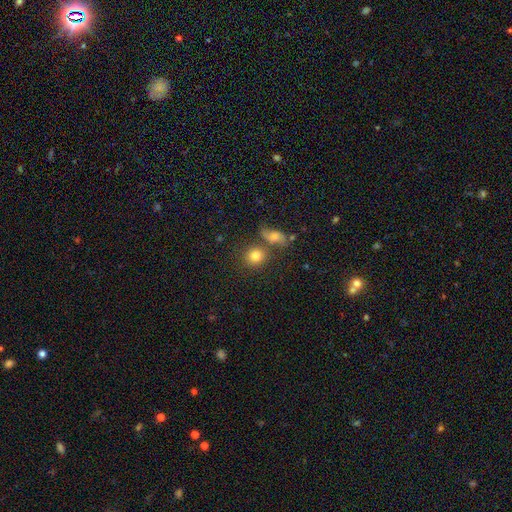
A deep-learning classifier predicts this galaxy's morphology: This is likely a smooth galaxy (80%). How rounded: clearly round (82%). Merging: likely none (64%).